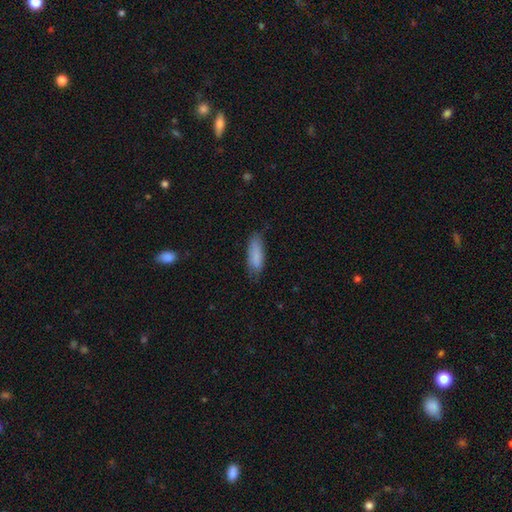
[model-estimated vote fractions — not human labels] Smooth or featured: smooth — 86% (featured or disk — 8%)
How rounded: in between — 58% (cigar-shaped — 41%)
Merging: none — 72% (minor disturbance — 21%)